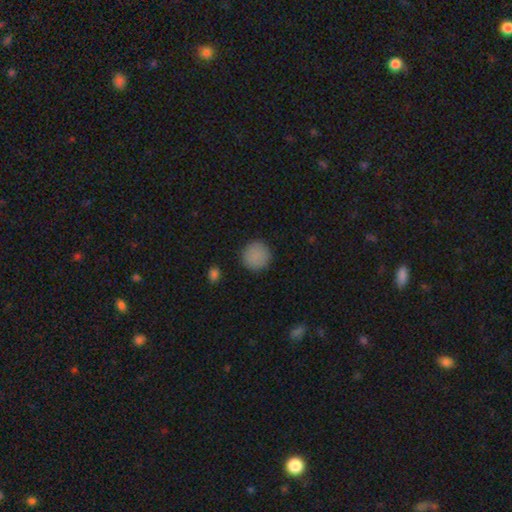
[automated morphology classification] Smooth or featured? smooth (87%)
How rounded? round (93%)
Merging? none (90%)